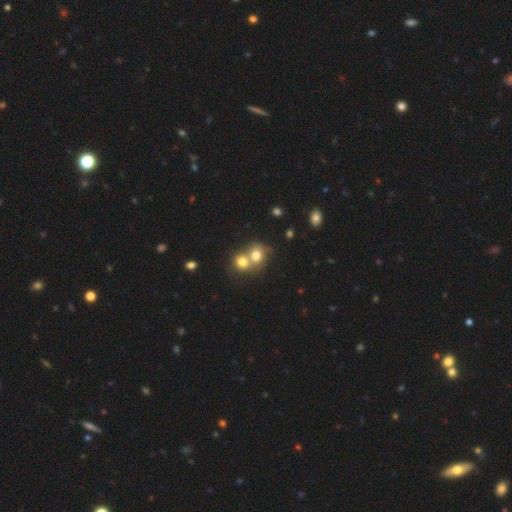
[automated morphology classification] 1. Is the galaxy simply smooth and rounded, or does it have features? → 74% smooth, 15% featured or disk, 11% star or artifact.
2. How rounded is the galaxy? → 72% round, 27% in between, 1% cigar-shaped.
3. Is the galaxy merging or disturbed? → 66% merger, 25% none, 6% minor disturbance, 3% major disturbance.